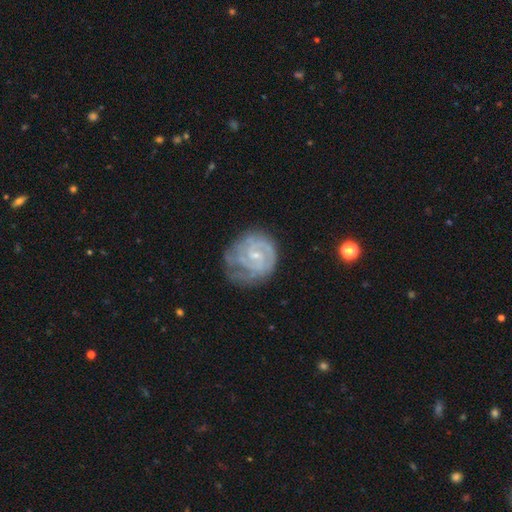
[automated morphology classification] A featured or disk galaxy (85%) with no bar (46%), 2 (44%) tight (64%) spiral arms (95%) and a small central bulge (74%). Merging: none (55%).